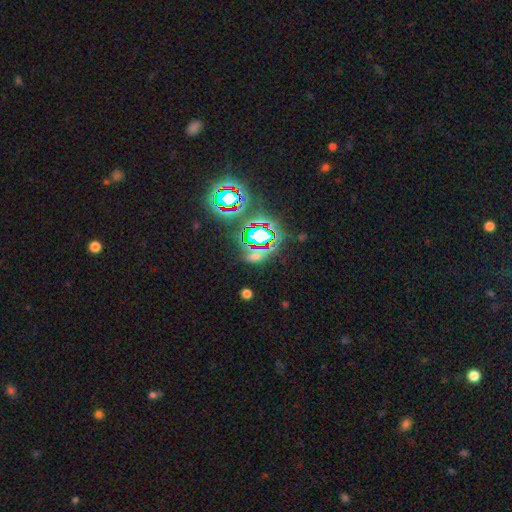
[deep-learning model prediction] Q: Smooth or featured?
A: star or artifact (60%); runner-up: smooth (27%)